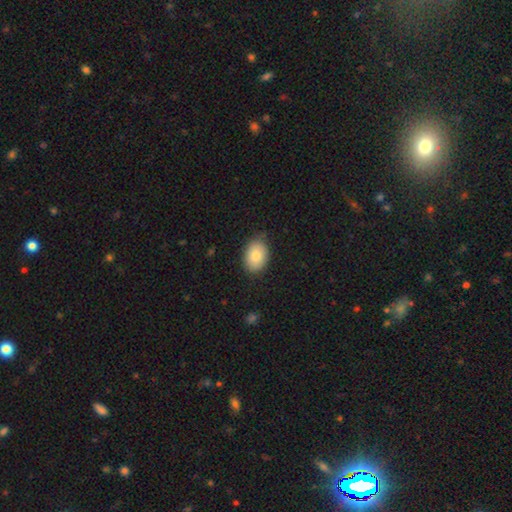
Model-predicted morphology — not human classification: The model was most divided on "how rounded": in between: 80%, round: 19%, cigar-shaped: 1%. More confident: merging — none (82%); smooth or featured — smooth (81%).